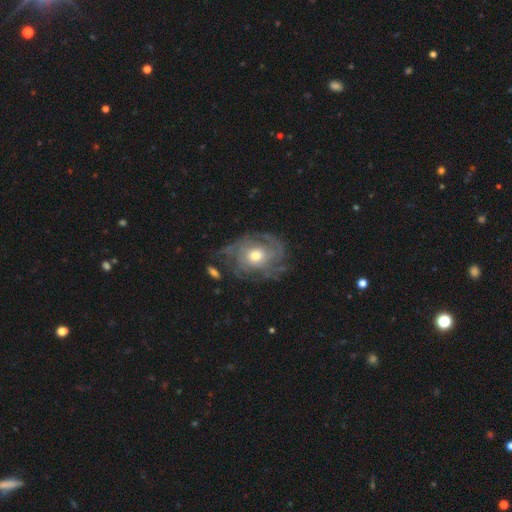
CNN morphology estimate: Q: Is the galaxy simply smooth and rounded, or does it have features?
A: featured or disk — 83%.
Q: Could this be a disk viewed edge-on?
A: no — 97%.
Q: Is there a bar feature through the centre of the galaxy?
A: no — 80%.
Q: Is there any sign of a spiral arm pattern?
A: yes — 90%.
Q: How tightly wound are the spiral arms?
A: tight — 61%.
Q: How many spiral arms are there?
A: can't tell — 40%.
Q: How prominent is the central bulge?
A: moderate — 71%.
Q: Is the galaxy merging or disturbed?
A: none — 65%.